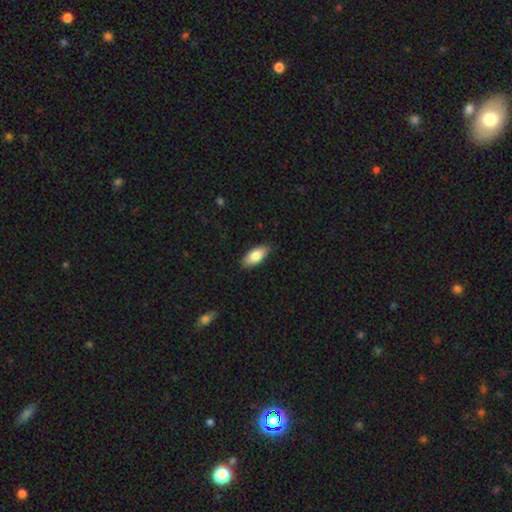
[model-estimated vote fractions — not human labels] Smooth or featured? smooth (82%)
How rounded? in between (87%)
Merging? none (85%)